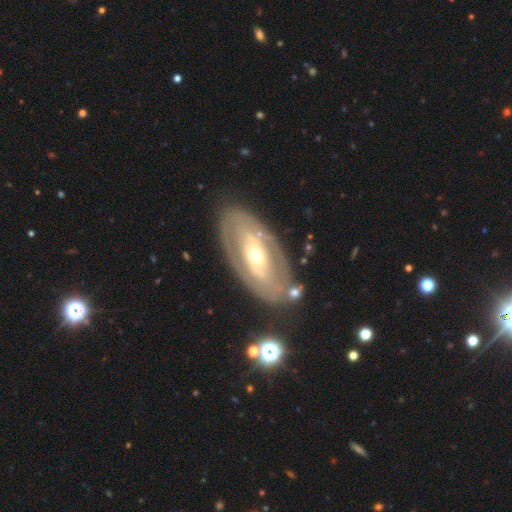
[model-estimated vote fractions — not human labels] smooth-or-featured: featured or disk: 74% | smooth: 21% | star or artifact: 5%
  disk-edge-on: no: 90% | yes: 10%
    bar: no: 54% | weak: 26% | strong: 20%
    has-spiral-arms: no: 55% | yes: 45%
    bulge-size: moderate: 59% | small: 33% | large: 5% | dominant: 1% | none: 1%
  merging: none: 77% | minor disturbance: 14% | major disturbance: 6% | merger: 3%